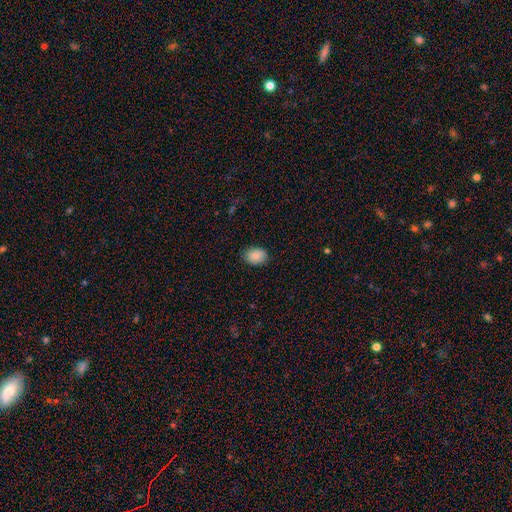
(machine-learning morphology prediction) Smooth or featured? Predicted: smooth (p=0.86). How rounded? Predicted: in between (p=0.68). Merging? Predicted: none (p=0.86).